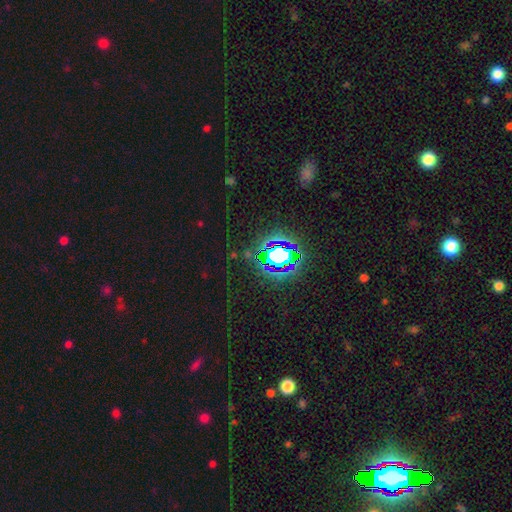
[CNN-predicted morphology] Q: Smooth or featured?
A: star or artifact (83%); runner-up: smooth (10%)